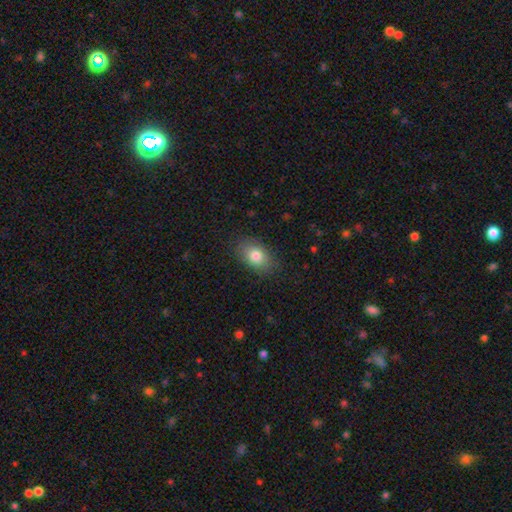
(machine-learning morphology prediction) smooth-or-featured: smooth: 81% | featured or disk: 10% | star or artifact: 9%
  how-rounded: in between: 83% | round: 16% | cigar-shaped: 1%
  merging: none: 84% | minor disturbance: 12% | major disturbance: 3% | merger: 1%